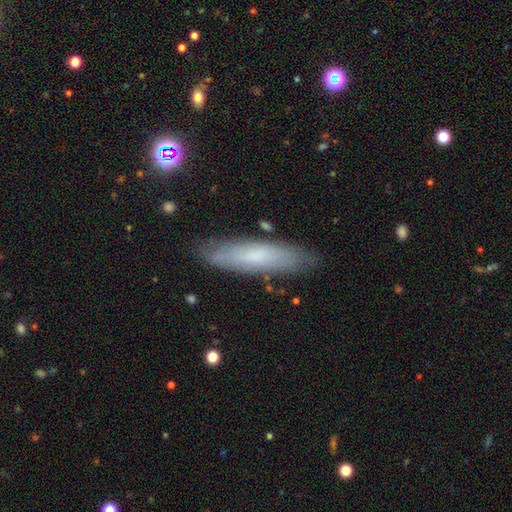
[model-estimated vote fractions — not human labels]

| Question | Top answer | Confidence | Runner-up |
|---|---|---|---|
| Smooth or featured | smooth | 62% | featured or disk (31%) |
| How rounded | cigar-shaped | 73% | in between (25%) |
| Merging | none | 83% | minor disturbance (13%) |